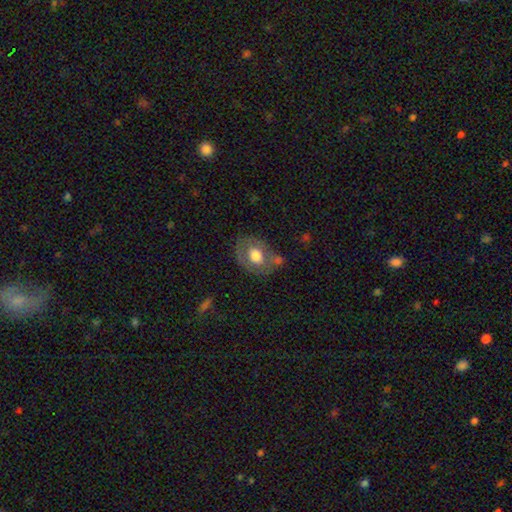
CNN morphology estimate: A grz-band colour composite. It shows a smooth galaxy with no disk features (57%) that is in between round and cigar-shaped (63%). Merging: none (59%).